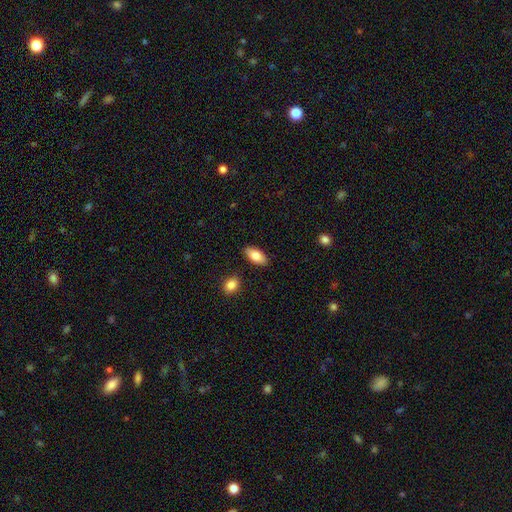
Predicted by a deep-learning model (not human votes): This is clearly a smooth galaxy (82%). How rounded: clearly in between (90%). Merging: clearly none (87%).